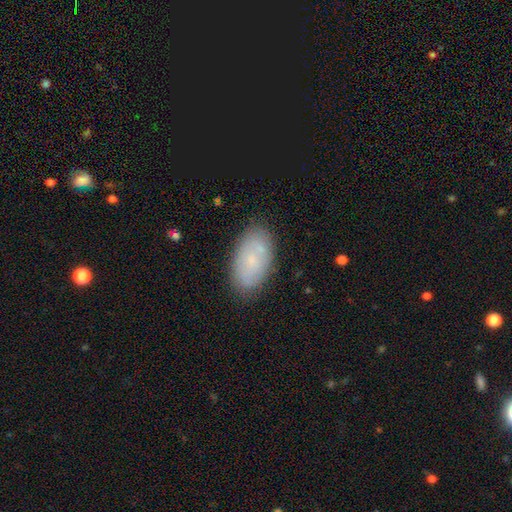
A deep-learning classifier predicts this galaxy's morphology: Q: Smooth or featured?
A: smooth (55%); runner-up: featured or disk (27%)
Q: How rounded?
A: in between (93%); runner-up: round (4%)
Q: Merging?
A: none (86%); runner-up: minor disturbance (10%)